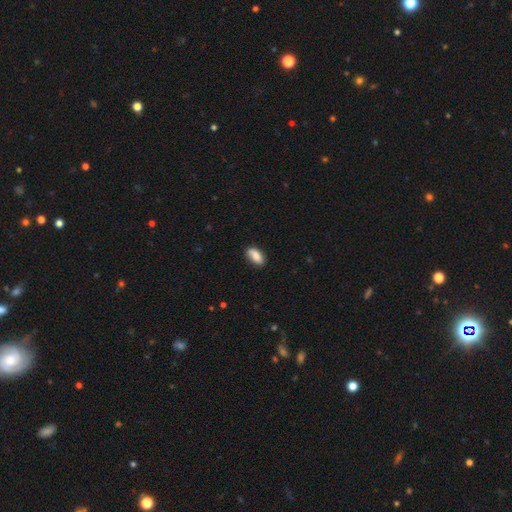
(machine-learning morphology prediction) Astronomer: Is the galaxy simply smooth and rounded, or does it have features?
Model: smooth — 83%.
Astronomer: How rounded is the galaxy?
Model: in between — 89%.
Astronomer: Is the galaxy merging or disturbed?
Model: none — 78%.